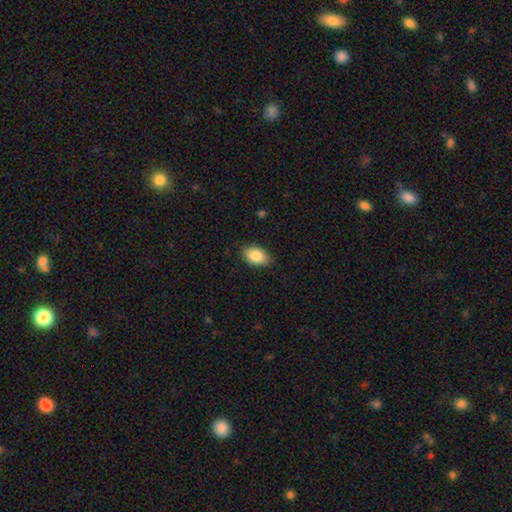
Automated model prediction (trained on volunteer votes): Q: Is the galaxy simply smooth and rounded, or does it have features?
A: smooth — 87%.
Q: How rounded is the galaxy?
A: in between — 90%.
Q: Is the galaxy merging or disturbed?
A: none — 86%.